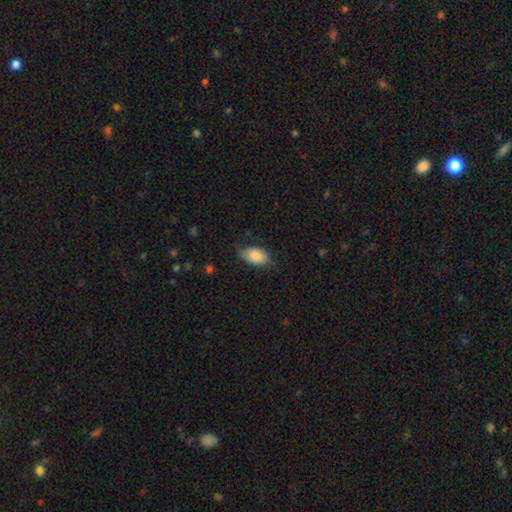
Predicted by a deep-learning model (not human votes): smooth_or_featured: smooth (p=0.86) [alt: featured or disk p=0.08]
how_rounded: in between (p=0.93) [alt: round p=0.05]
merging: none (p=0.70) [alt: minor disturbance p=0.24]